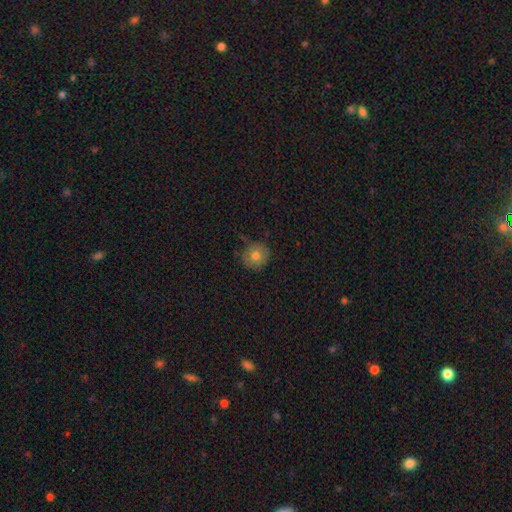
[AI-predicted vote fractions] Overall: smooth (75%). How rounded: round (89%). Merging: none (80%).